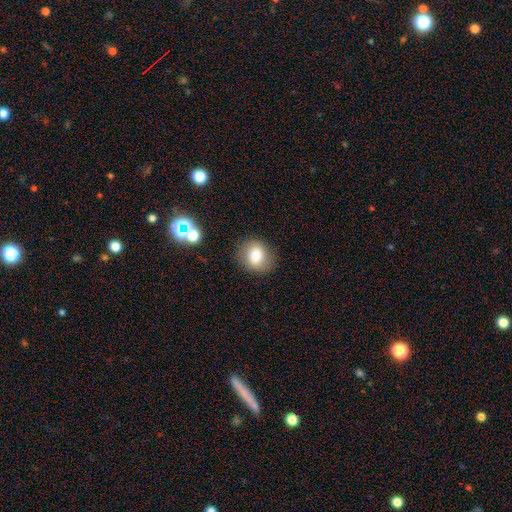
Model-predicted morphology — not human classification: smooth_or_featured: smooth (p=0.74) [alt: featured or disk p=0.15]
how_rounded: round (p=0.72) [alt: in between p=0.27]
merging: none (p=0.86) [alt: minor disturbance p=0.09]